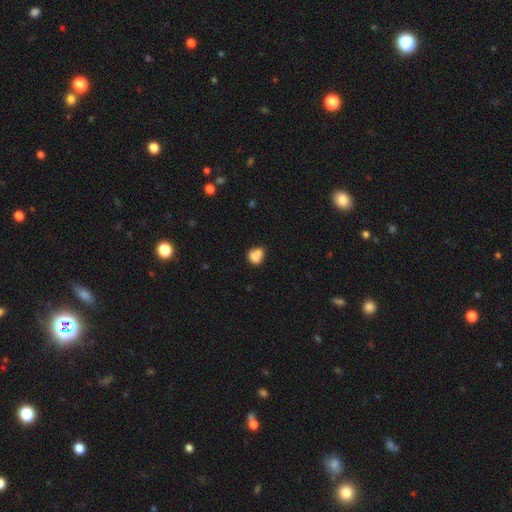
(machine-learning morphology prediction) smooth-or-featured: smooth: 79% | featured or disk: 11% | star or artifact: 9%
  how-rounded: round: 66% | in between: 33% | cigar-shaped: 1%
  merging: none: 40% | merger: 36% | minor disturbance: 17% | major disturbance: 6%